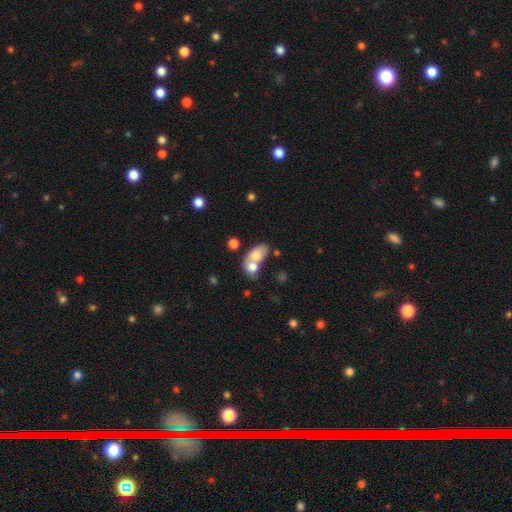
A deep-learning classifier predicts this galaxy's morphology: Overall: smooth (70%). How rounded: in between (77%). Merging: merger (68%).